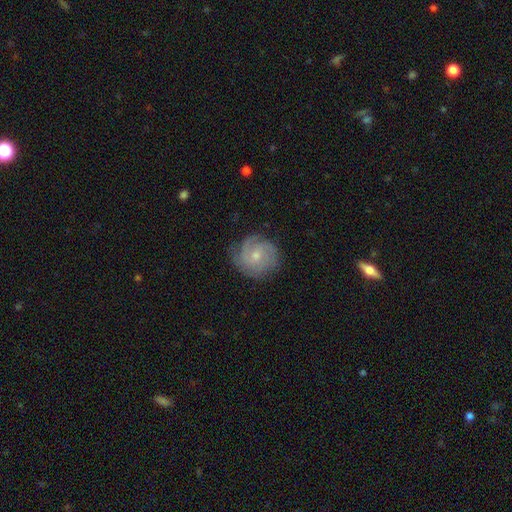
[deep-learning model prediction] Morphology: type=featured or disk (72%); edge-on=no (98%); bar=no (70%); spiral arms=yes (93%); winding=tight (60%); arm count=3 (32%); bulge=small (59%); merging=none (75%).